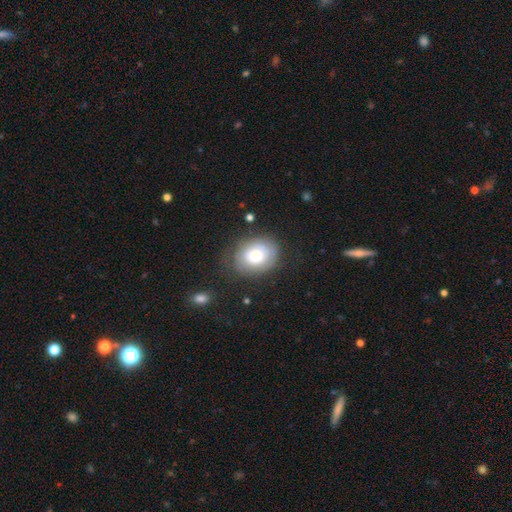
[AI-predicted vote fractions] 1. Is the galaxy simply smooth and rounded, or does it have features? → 58% smooth, 33% featured or disk, 8% star or artifact.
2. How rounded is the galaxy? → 54% round, 46% in between, 1% cigar-shaped.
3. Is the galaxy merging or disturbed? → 73% none, 18% minor disturbance, 8% major disturbance, 2% merger.